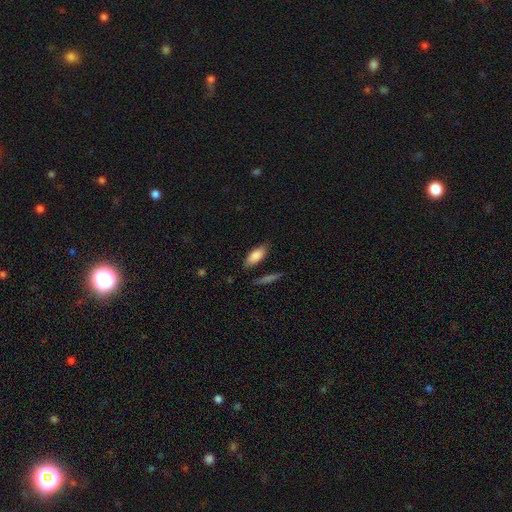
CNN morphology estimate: smooth-or-featured: smooth: 86% | featured or disk: 8% | star or artifact: 6%
  how-rounded: in between: 81% | cigar-shaped: 17% | round: 2%
  merging: none: 79% | minor disturbance: 14% | merger: 4% | major disturbance: 3%